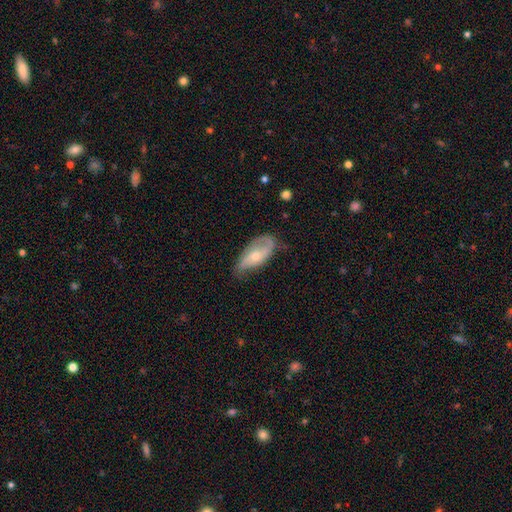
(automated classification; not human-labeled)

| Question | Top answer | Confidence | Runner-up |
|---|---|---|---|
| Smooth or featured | featured or disk | 64% | smooth (30%) |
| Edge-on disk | no | 92% | yes (8%) |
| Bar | no | 68% | weak (25%) |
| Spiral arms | yes | 83% | no (17%) |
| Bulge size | small | 52% | moderate (43%) |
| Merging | none | 56% | minor disturbance (29%) |